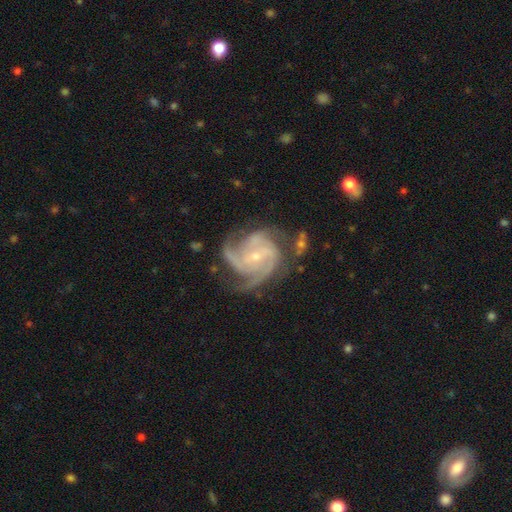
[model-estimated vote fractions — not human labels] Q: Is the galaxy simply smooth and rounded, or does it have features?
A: featured or disk — 91%.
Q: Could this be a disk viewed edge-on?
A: no — 98%.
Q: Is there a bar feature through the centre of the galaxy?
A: no — 50%.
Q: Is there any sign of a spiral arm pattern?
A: yes — 98%.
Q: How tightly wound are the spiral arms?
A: tight — 49%.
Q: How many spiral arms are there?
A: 3 — 55%.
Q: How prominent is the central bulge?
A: small — 75%.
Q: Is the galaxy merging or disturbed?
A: none — 63%.